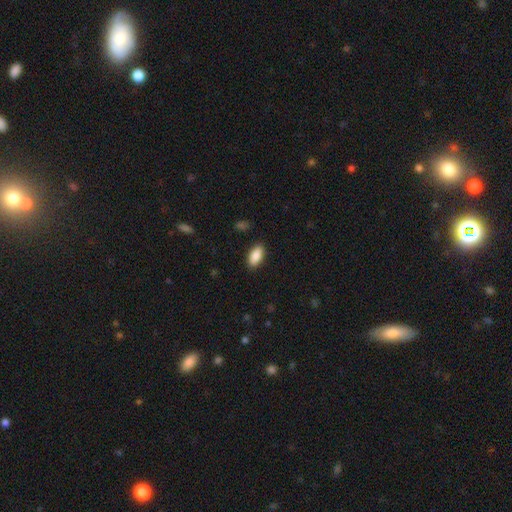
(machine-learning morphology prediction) A smooth galaxy with no disk features (89%) that is in between round and cigar-shaped (91%).

Vote fractions:
- Smooth or featured? smooth: 89% / star or artifact: 6% / featured or disk: 5%
- How rounded? in between: 91% / cigar-shaped: 7% / round: 2%
- Merging? none: 88% / minor disturbance: 9% / major disturbance: 2% / merger: 1%